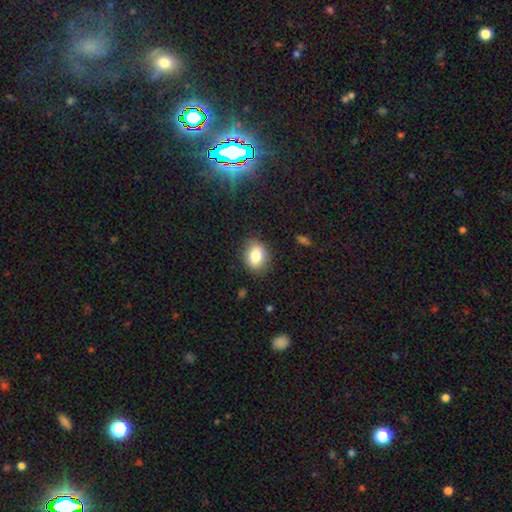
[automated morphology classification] type=smooth (81%); roundness=in between (58%); merging=none (84%).